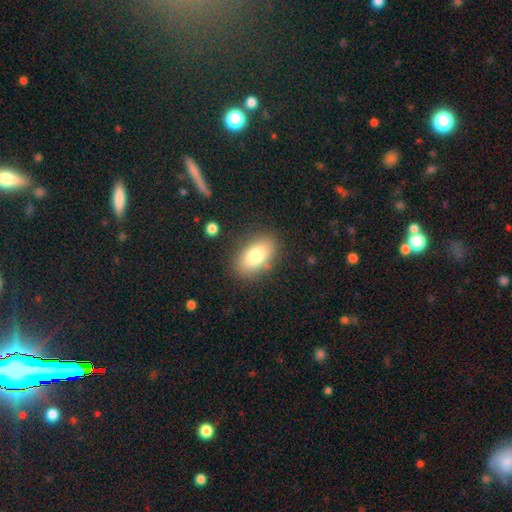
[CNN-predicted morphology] Smooth or featured: smooth — 79% (featured or disk — 13%)
How rounded: in between — 90% (round — 8%)
Merging: none — 83% (minor disturbance — 11%)